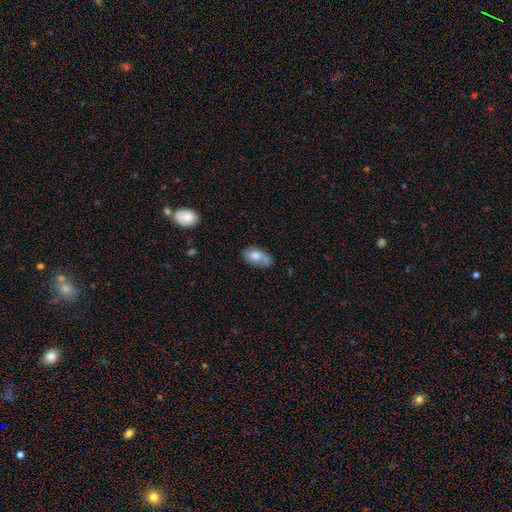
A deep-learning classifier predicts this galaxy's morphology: type=smooth (61%); roundness=in between (90%); merging=none (52%).